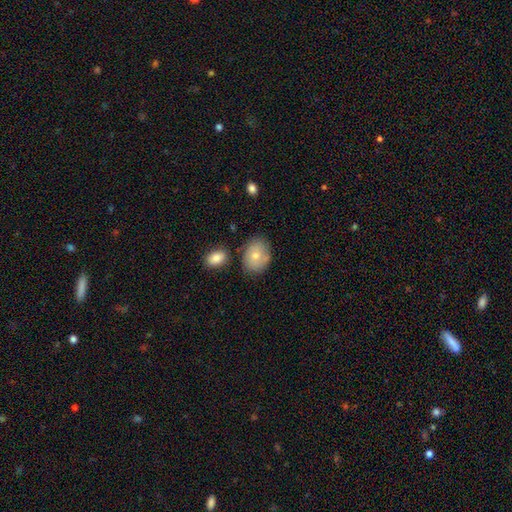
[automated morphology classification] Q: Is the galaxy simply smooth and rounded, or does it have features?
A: smooth — 72%.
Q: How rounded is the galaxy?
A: in between — 62%.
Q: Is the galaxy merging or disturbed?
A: none — 70%.